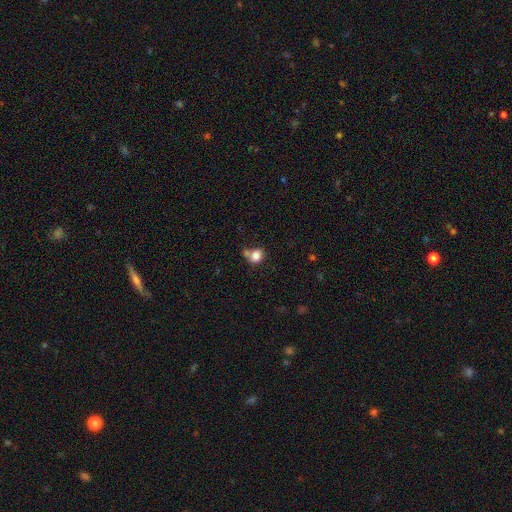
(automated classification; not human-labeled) smooth-or-featured: smooth: 81% | star or artifact: 11% | featured or disk: 9%
  how-rounded: round: 63% | in between: 36% | cigar-shaped: 1%
  merging: none: 47% | merger: 30% | minor disturbance: 16% | major disturbance: 7%